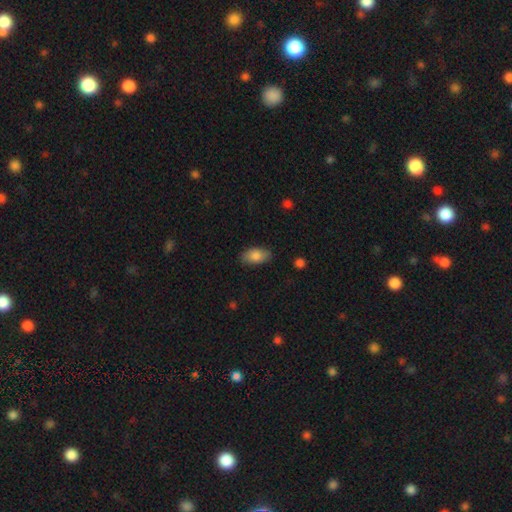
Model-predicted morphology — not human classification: Smooth or featured?
  - smooth: 81% *
  - featured or disk: 12%
  - star or artifact: 7%
How rounded?
  - in between: 92% *
  - round: 4%
  - cigar-shaped: 3%
Merging?
  - none: 83% *
  - minor disturbance: 13%
  - major disturbance: 3%
  - merger: 1%